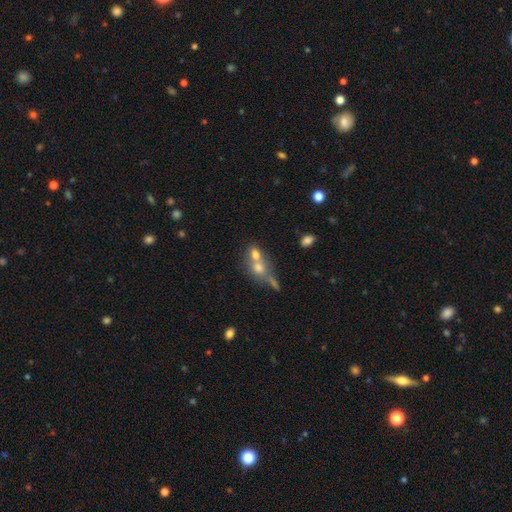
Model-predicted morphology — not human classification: A smooth galaxy with no disk features (60%) that is round (55%).

Vote fractions:
- Smooth or featured? smooth: 60% / featured or disk: 25% / star or artifact: 14%
- How rounded? round: 55% / in between: 41% / cigar-shaped: 4%
- Merging? merger: 65% / none: 23% / minor disturbance: 7% / major disturbance: 5%